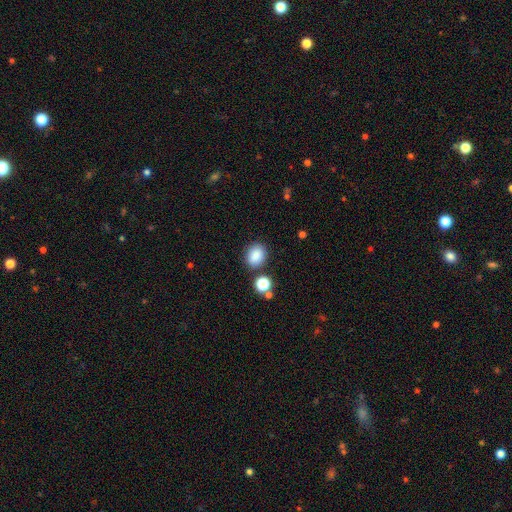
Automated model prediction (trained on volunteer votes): A smooth galaxy with no disk features (85%) that is round (50%). Merging: none (80%).